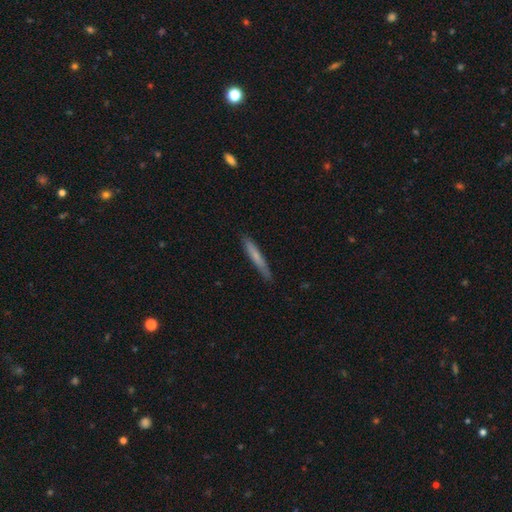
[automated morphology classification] type=smooth (67%); roundness=cigar-shaped (95%); merging=none (84%).